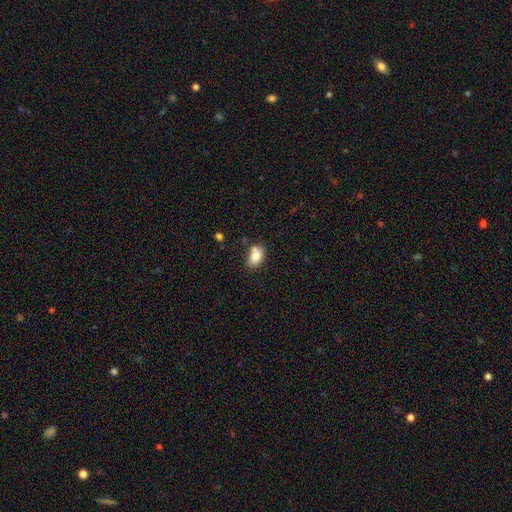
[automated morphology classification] Q: Smooth or featured?
A: smooth (82%); runner-up: featured or disk (9%)
Q: How rounded?
A: in between (88%); runner-up: round (10%)
Q: Merging?
A: none (63%); runner-up: minor disturbance (20%)